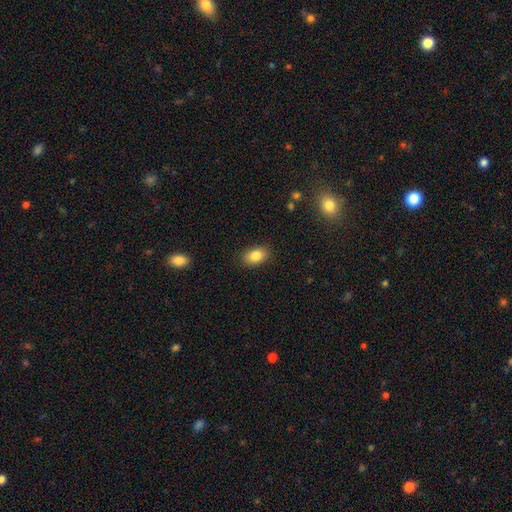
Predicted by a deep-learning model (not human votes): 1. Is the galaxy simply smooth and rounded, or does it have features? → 84% smooth, 9% star or artifact, 8% featured or disk.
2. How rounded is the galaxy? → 84% in between, 15% round, 1% cigar-shaped.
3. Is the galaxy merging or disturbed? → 87% none, 9% minor disturbance, 2% major disturbance, 1% merger.